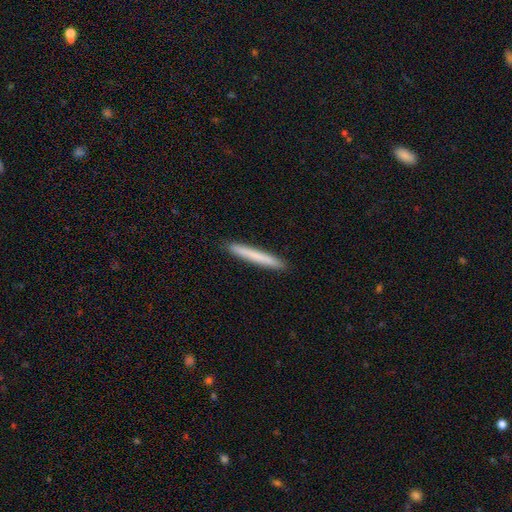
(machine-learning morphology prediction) Overall: smooth (74%). How rounded: cigar-shaped (97%). Merging: none (92%).